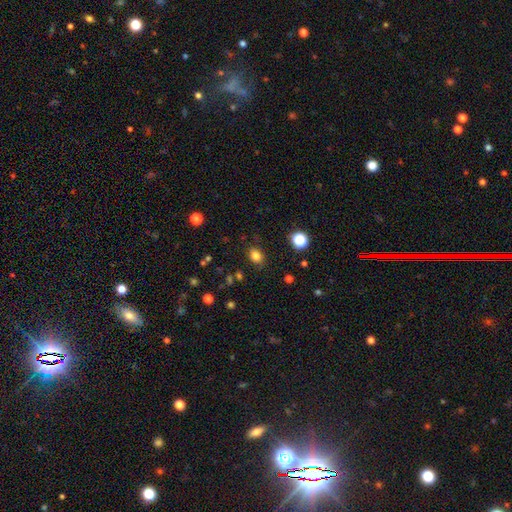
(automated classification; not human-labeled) smooth 81%, star or artifact 13%, featured or disk 6%. Down the decision tree: how rounded — in between (63%); merging — none (83%).